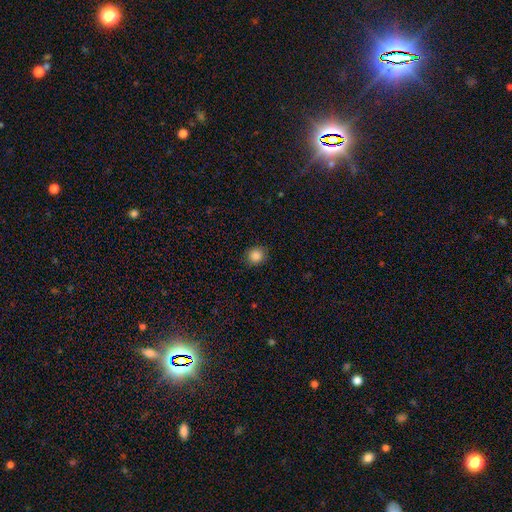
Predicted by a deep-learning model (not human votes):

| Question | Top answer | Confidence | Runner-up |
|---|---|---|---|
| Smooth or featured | smooth | 86% | star or artifact (10%) |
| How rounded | round | 81% | in between (18%) |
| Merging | none | 89% | minor disturbance (8%) |